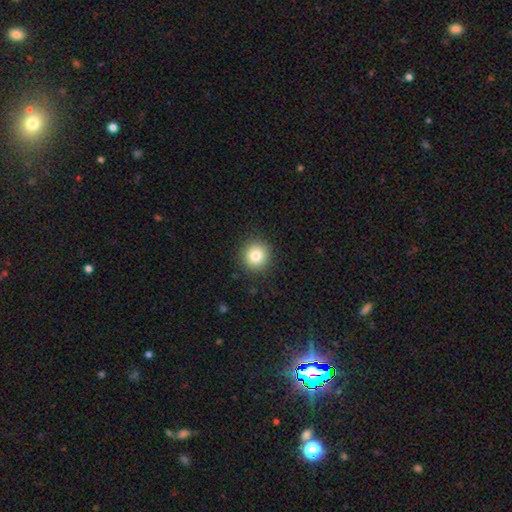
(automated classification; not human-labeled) The model was most divided on "smooth or featured": smooth: 82%, star or artifact: 10%, featured or disk: 7%. More confident: how rounded — round (93%); merging — none (91%).